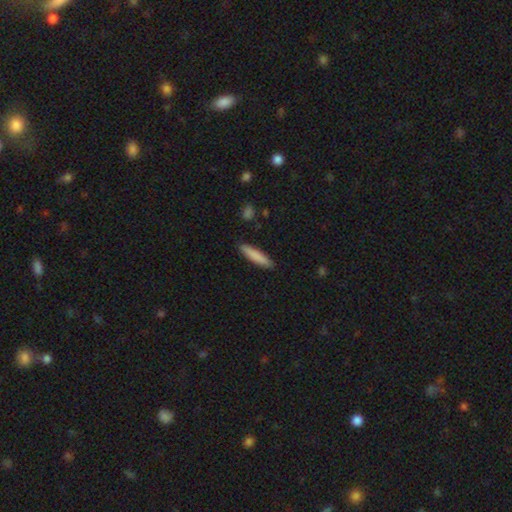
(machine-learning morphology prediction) Smooth or featured?
  - smooth: 85% *
  - featured or disk: 10%
  - star or artifact: 6%
How rounded?
  - cigar-shaped: 83% *
  - in between: 16%
  - round: 1%
Merging?
  - none: 89% *
  - minor disturbance: 8%
  - major disturbance: 2%
  - merger: 1%